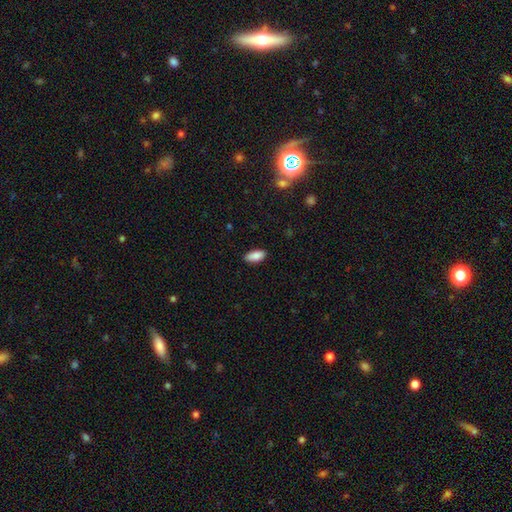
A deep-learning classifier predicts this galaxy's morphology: type=smooth (88%); roundness=in between (90%); merging=none (86%).